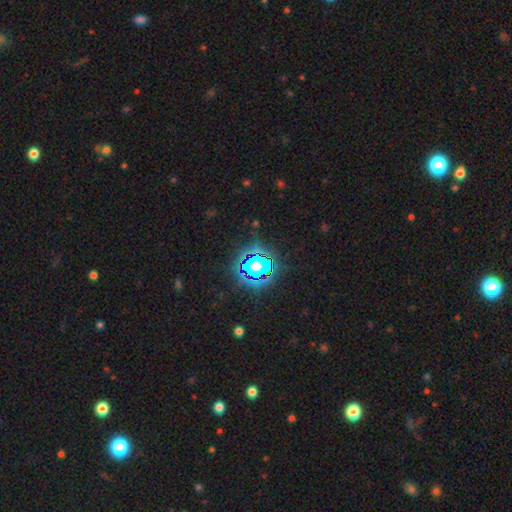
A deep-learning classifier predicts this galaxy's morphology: Smooth or featured?
  - star or artifact: 76% *
  - smooth: 16%
  - featured or disk: 9%